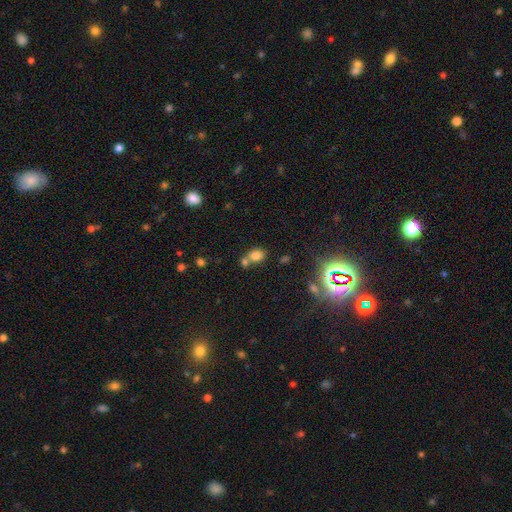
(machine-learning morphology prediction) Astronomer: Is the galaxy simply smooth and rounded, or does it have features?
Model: smooth — 77%.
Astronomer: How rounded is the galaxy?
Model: in between — 57% (runner-up: round, 42%).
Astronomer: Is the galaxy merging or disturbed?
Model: none — 45% (runner-up: merger, 41%).